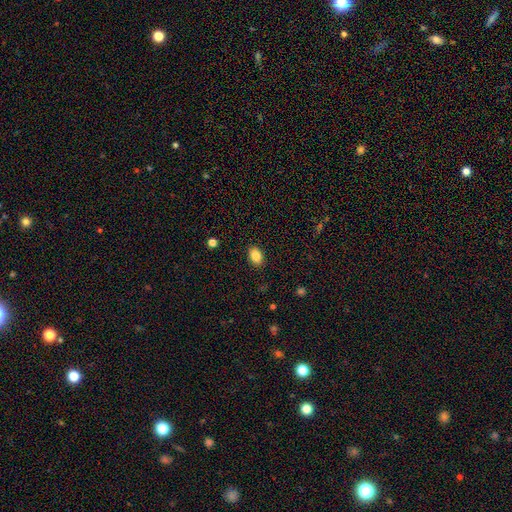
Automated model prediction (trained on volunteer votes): Smooth or featured: smooth — 86% (star or artifact — 8%)
How rounded: in between — 84% (round — 14%)
Merging: none — 89% (minor disturbance — 8%)